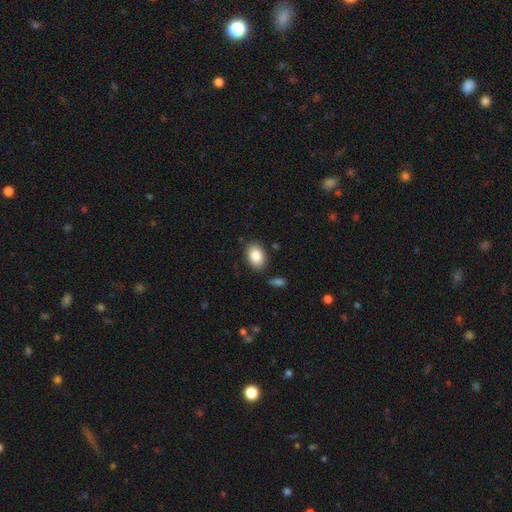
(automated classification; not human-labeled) A smooth galaxy with no disk features (86%) that is in between round and cigar-shaped (85%).

Vote fractions:
- Smooth or featured? smooth: 86% / star or artifact: 7% / featured or disk: 7%
- How rounded? in between: 85% / round: 14% / cigar-shaped: 1%
- Merging? none: 83% / minor disturbance: 12% / merger: 3% / major disturbance: 3%